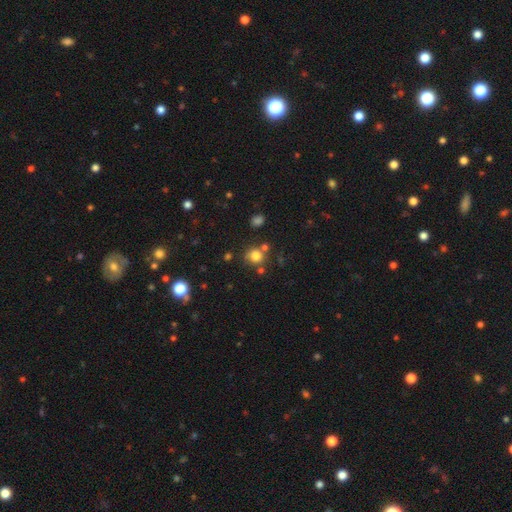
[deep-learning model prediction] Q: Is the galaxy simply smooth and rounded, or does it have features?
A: smooth — 79%.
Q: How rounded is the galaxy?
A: round — 87%.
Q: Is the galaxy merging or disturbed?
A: none — 71%.